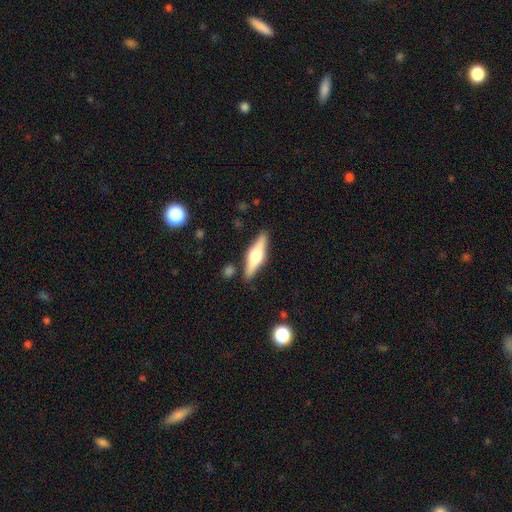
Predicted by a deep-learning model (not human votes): Smooth or featured?
  - featured or disk: 60% *
  - smooth: 34%
  - star or artifact: 6%
Edge-on disk?
  - yes: 96% *
  - no: 4%
Edge-on bulge?
  - rounded: 92% *
  - boxy: 6%
  - none: 2%
Merging?
  - none: 87% *
  - minor disturbance: 9%
  - merger: 2%
  - major disturbance: 2%